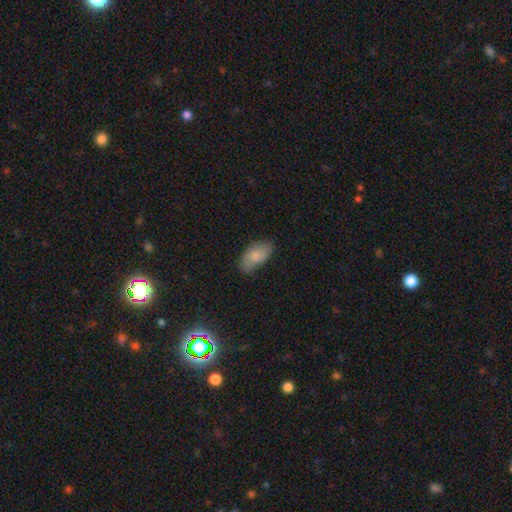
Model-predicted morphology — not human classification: Q: Smooth or featured?
A: smooth (73%); runner-up: featured or disk (21%)
Q: How rounded?
A: in between (94%); runner-up: round (3%)
Q: Merging?
A: none (71%); runner-up: minor disturbance (23%)